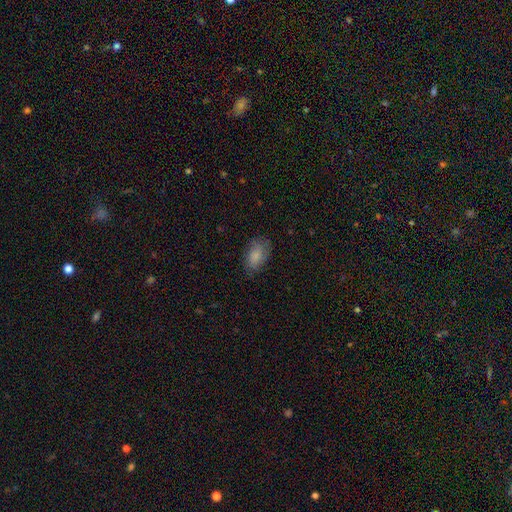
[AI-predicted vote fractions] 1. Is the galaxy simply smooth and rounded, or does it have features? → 79% smooth, 14% featured or disk, 7% star or artifact.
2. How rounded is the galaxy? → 90% in between, 7% round, 3% cigar-shaped.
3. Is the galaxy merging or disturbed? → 71% none, 21% minor disturbance, 6% major disturbance, 1% merger.